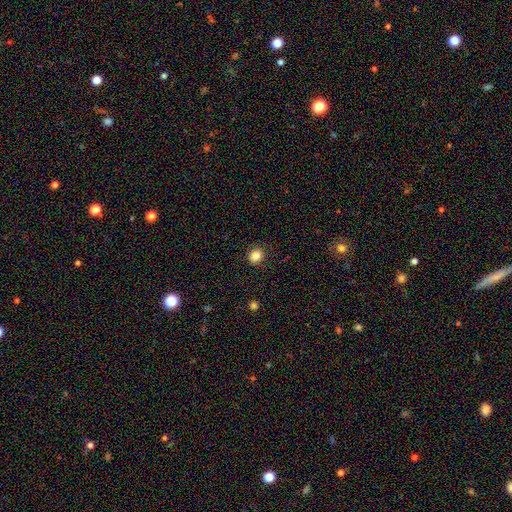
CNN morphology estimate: Q: Smooth or featured?
A: smooth (84%); runner-up: star or artifact (11%)
Q: How rounded?
A: round (78%); runner-up: in between (21%)
Q: Merging?
A: none (89%); runner-up: minor disturbance (8%)